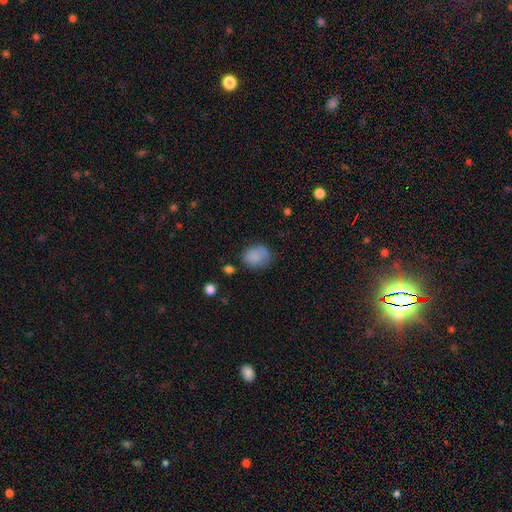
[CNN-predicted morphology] smooth_or_featured: smooth (p=0.84) [alt: star or artifact p=0.10]
how_rounded: round (p=0.50) [alt: in between p=0.49]
merging: none (p=0.63) [alt: minor disturbance p=0.25]